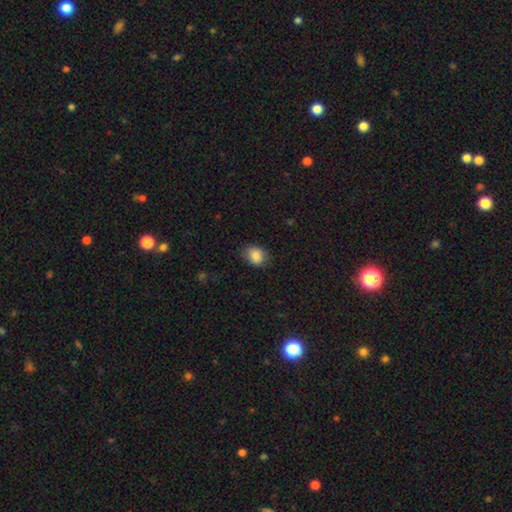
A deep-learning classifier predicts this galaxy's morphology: Q: Smooth or featured?
A: smooth (85%); runner-up: star or artifact (8%)
Q: How rounded?
A: in between (64%); runner-up: round (35%)
Q: Merging?
A: none (74%); runner-up: minor disturbance (20%)